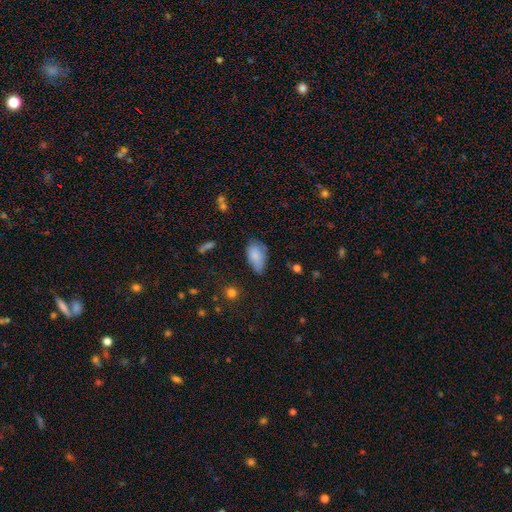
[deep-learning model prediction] smooth_or_featured: smooth (p=0.80) [alt: featured or disk p=0.12]
how_rounded: in between (p=0.92) [alt: round p=0.04]
merging: none (p=0.51) [alt: minor disturbance p=0.35]